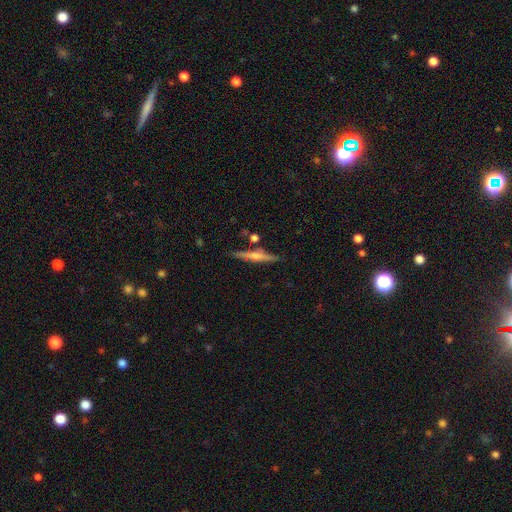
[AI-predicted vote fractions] Morphology: type=featured or disk (68%); edge-on=yes (97%); edge-on bulge=rounded (80%); merging=none (83%).